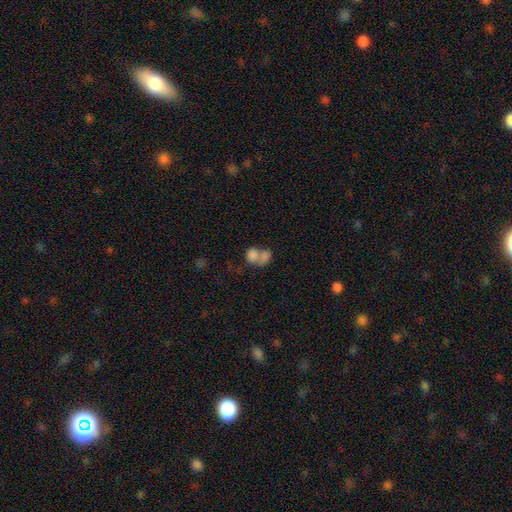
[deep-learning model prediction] Q: Smooth or featured?
A: smooth (77%); runner-up: featured or disk (14%)
Q: How rounded?
A: in between (55%); runner-up: round (44%)
Q: Merging?
A: merger (66%); runner-up: none (20%)